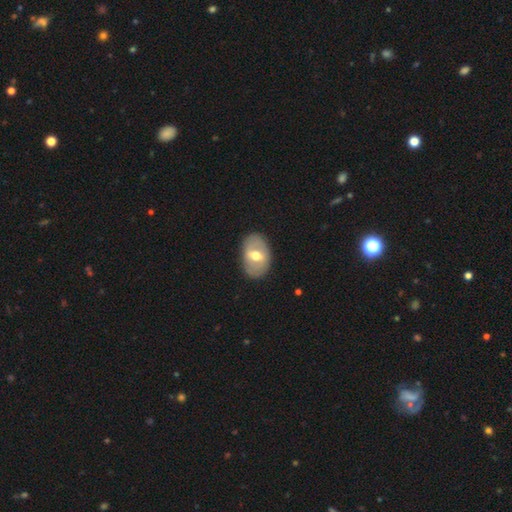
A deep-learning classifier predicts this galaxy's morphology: Smooth or featured? featured or disk (51%)
Edge-on disk? no (91%)
Merging? none (83%)